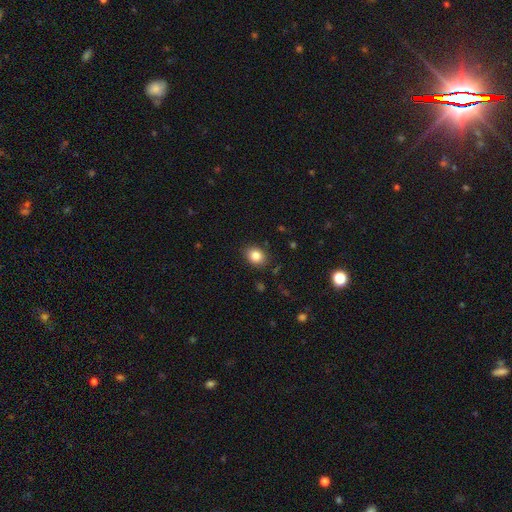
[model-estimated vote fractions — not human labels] smooth-or-featured: smooth: 84% | star or artifact: 10% | featured or disk: 6%
  how-rounded: round: 51% | in between: 48% | cigar-shaped: 1%
  merging: none: 87% | minor disturbance: 9% | major disturbance: 2% | merger: 1%